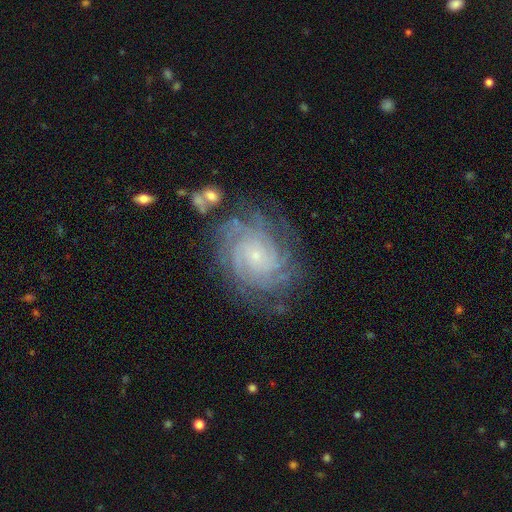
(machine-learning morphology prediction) Smooth or featured? featured or disk (87%)
Edge-on disk? no (98%)
Bar? no (77%)
Spiral arms? yes (98%)
Spiral winding? tight (79%)
Spiral arm count? 4 (28%)
Bulge size? small (85%)
Merging? none (76%)